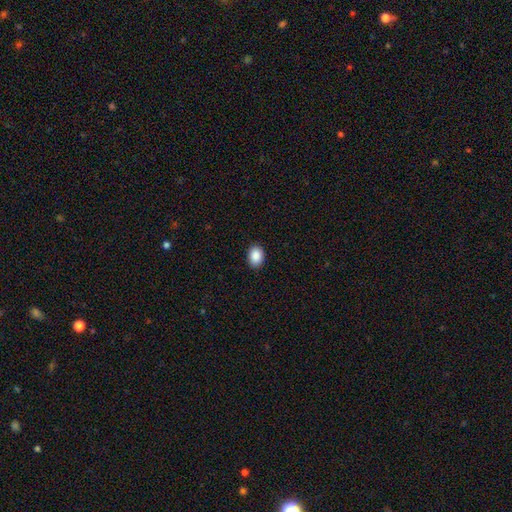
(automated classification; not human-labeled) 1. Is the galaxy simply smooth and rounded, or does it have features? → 89% smooth, 8% star or artifact, 3% featured or disk.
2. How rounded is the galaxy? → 71% in between, 28% round, 1% cigar-shaped.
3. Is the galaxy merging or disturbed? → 89% none, 8% minor disturbance, 2% major disturbance, 1% merger.